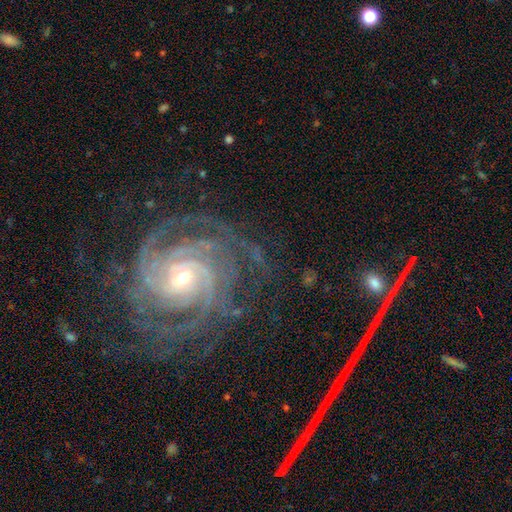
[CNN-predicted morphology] Smooth or featured: featured or disk — 88% (star or artifact — 8%)
Edge-on disk: no — 97% (yes — 3%)
Bar: no — 54% (weak — 29%)
Spiral arms: yes — 98% (no — 2%)
Spiral winding: tight — 74% (medium — 22%)
Spiral arm count: 4 — 25% (3 — 21%)
Bulge size: small — 55% (moderate — 41%)
Merging: none — 72% (minor disturbance — 16%)